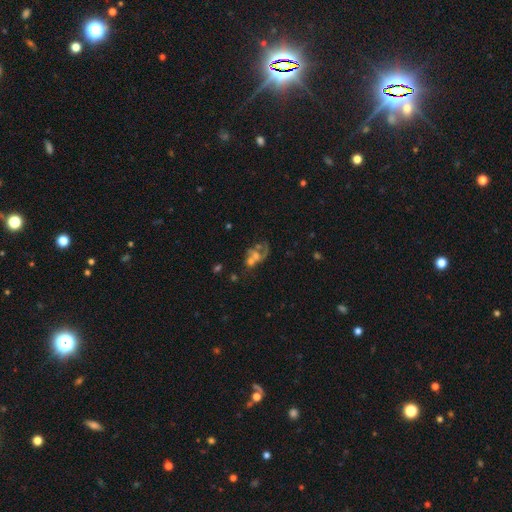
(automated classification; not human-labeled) A featured or disk galaxy (53%) with no bar (81%), no spiral arms (56%) and a moderate central bulge (38%).

Vote fractions:
- Smooth or featured? featured or disk: 53% / smooth: 30% / star or artifact: 18%
- Edge-on disk? no: 97% / yes: 3%
- Bar? no: 81% / weak: 15% / strong: 4%
- Spiral arms? no: 56% / yes: 44%
- Bulge size? moderate: 38% / none: 25% / small: 24% / large: 10% / dominant: 3%
- Merging? merger: 46% / major disturbance: 24% / none: 20% / minor disturbance: 10%